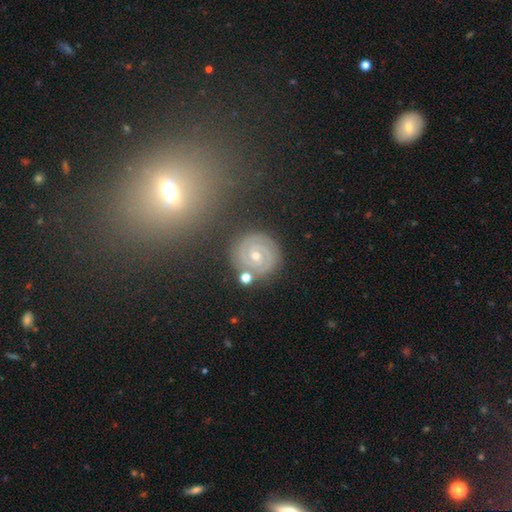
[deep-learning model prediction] Overall: featured or disk (80%). Edge-on disk: no (97%). Bar: no (55%; weak 34%). Spiral arms: yes (94%). Spiral arm count: 2 (73%). Spiral winding: tight (78%). Bulge size: moderate (49%; small 47%). Merging: none (82%).